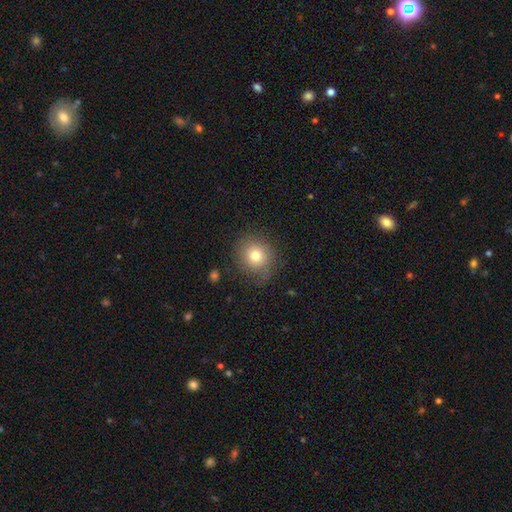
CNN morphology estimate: smooth-or-featured: smooth: 76% | featured or disk: 12% | star or artifact: 12%
  how-rounded: round: 86% | in between: 13% | cigar-shaped: 1%
  merging: none: 78% | minor disturbance: 15% | major disturbance: 5% | merger: 2%